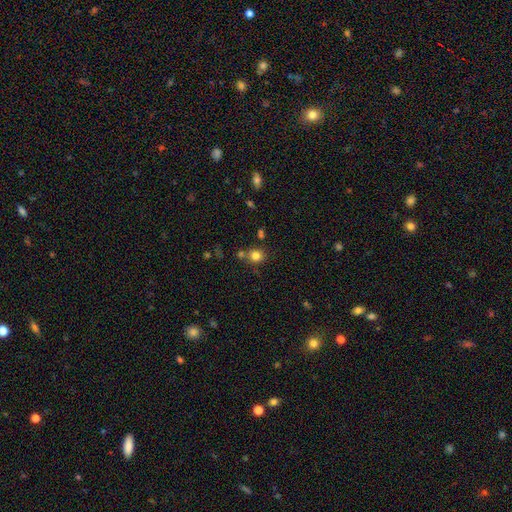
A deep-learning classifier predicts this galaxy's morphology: Smooth or featured?
  - smooth: 80% *
  - star or artifact: 13%
  - featured or disk: 7%
How rounded?
  - round: 77% *
  - in between: 22%
  - cigar-shaped: 1%
Merging?
  - none: 72% *
  - merger: 13%
  - minor disturbance: 11%
  - major disturbance: 4%